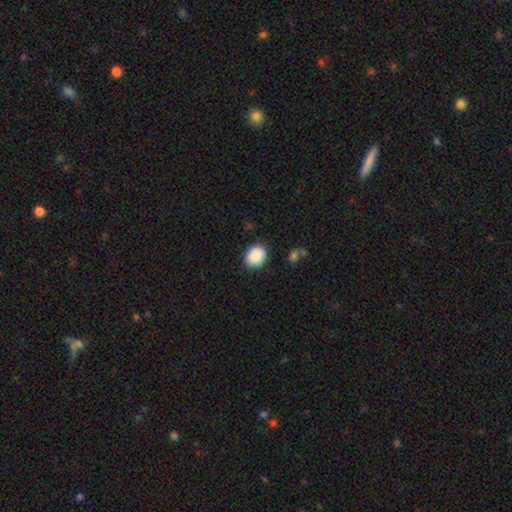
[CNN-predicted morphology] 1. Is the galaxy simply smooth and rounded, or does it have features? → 90% smooth, 7% star or artifact, 3% featured or disk.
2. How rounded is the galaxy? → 50% in between (tied), 50% round (tied), 1% cigar-shaped.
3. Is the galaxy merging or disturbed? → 85% none, 11% minor disturbance, 3% major disturbance, 1% merger.